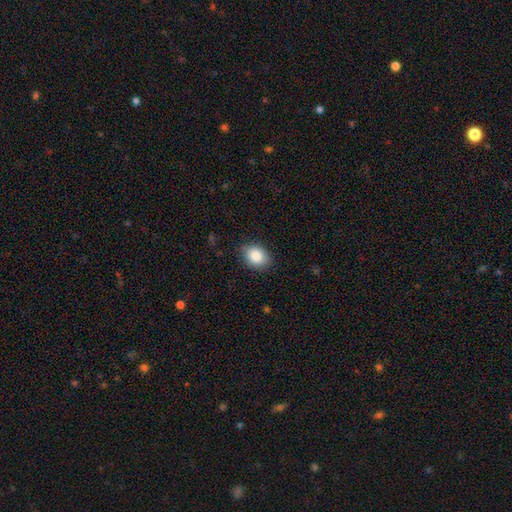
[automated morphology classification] This is clearly a smooth galaxy (86%). How rounded: likely in between (66%). Merging: clearly none (84%).